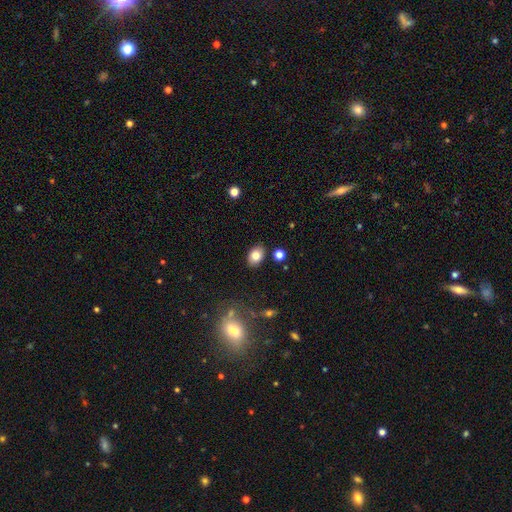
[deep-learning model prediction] Smooth or featured?
  - smooth: 81% *
  - featured or disk: 10%
  - star or artifact: 9%
How rounded?
  - in between: 81% *
  - round: 18%
  - cigar-shaped: 1%
Merging?
  - none: 86% *
  - minor disturbance: 9%
  - merger: 3%
  - major disturbance: 2%